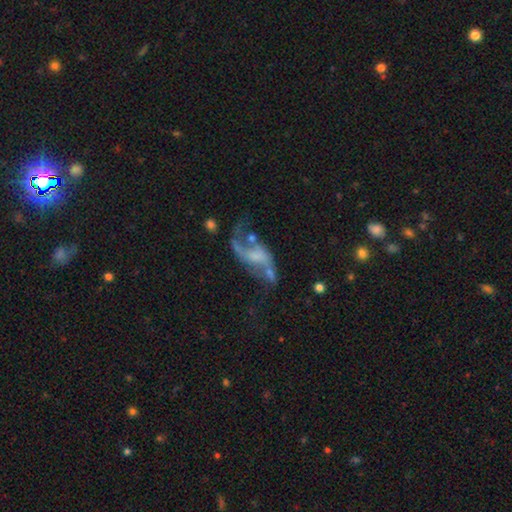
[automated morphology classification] Overall: featured or disk (80%). Edge-on disk: no (96%). Bar: no (49%; weak 37%). Spiral arms: yes (85%). Spiral arm count: 2 (82%). Spiral winding: loose (84%). Bulge size: none (45%; small 29%). Merging: none (36%; major disturbance 29%).